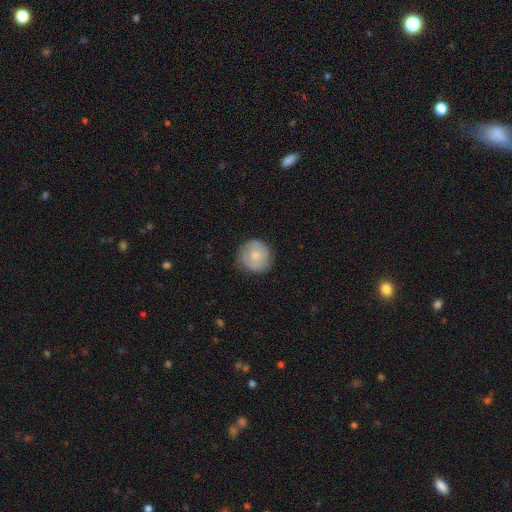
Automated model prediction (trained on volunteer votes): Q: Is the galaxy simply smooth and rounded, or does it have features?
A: smooth — 73%.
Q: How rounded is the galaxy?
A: round — 93%.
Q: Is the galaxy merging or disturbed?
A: none — 82%.